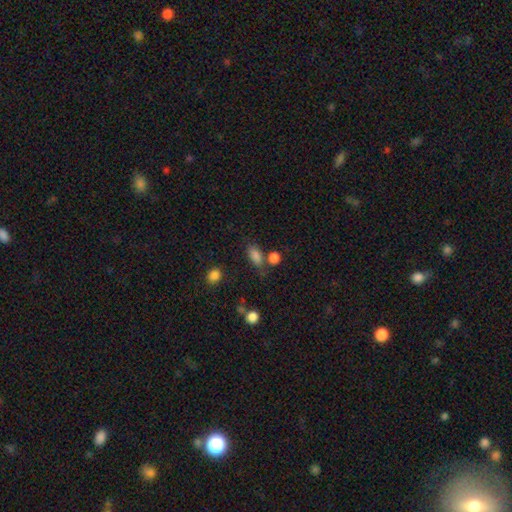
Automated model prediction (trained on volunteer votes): A smooth galaxy with no disk features (83%) that is in between round and cigar-shaped (83%). Merging: none (59%).